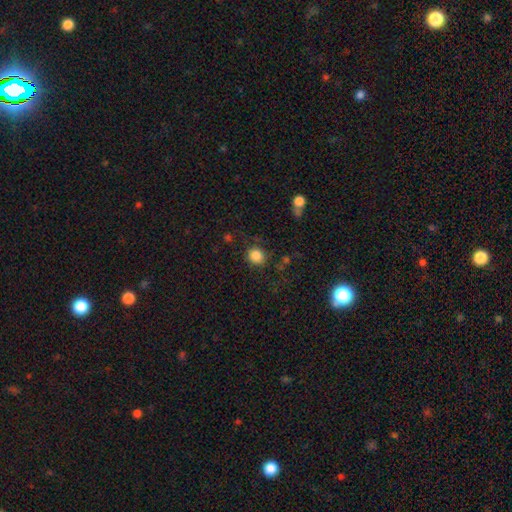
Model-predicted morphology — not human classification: smooth_or_featured: smooth (p=0.85) [alt: star or artifact p=0.11]
how_rounded: round (p=0.84) [alt: in between p=0.15]
merging: none (p=0.79) [alt: minor disturbance p=0.13]